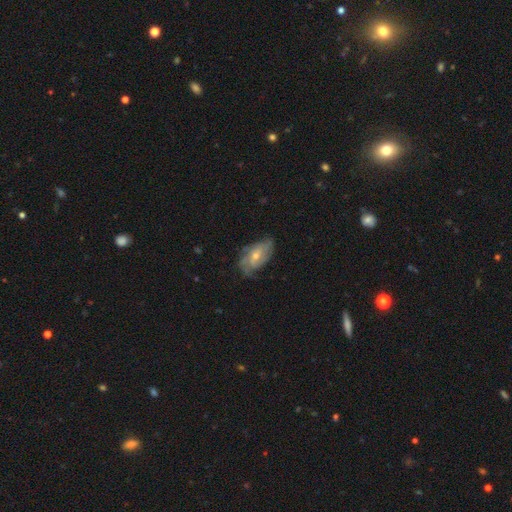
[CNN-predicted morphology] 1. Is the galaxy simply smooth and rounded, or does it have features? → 68% featured or disk, 23% smooth, 8% star or artifact.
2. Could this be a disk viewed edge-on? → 93% no, 7% yes.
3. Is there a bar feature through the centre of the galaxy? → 61% no, 31% weak, 7% strong.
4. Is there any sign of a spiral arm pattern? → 86% yes, 14% no.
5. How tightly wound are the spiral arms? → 48% tight, 37% medium, 15% loose.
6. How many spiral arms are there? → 38% can't tell, 24% 2, 21% 3, 9% 4, 5% 1, 4% more than 4.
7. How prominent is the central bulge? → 48% moderate, 47% small, 2% large, 2% none, 1% dominant.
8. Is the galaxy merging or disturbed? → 66% none, 25% minor disturbance, 8% major disturbance, 1% merger.